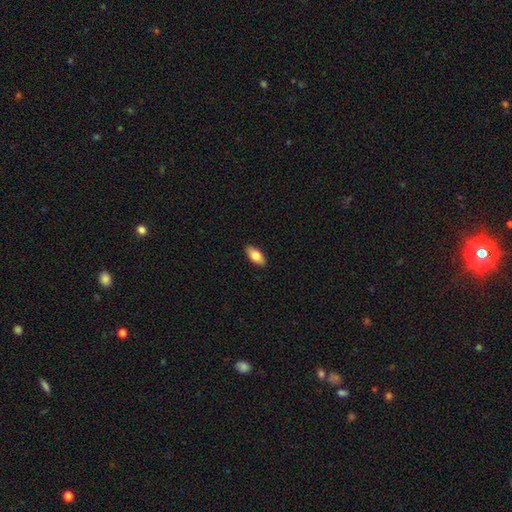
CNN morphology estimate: smooth-or-featured: smooth: 79% | featured or disk: 14% | star or artifact: 6%
  how-rounded: in between: 90% | cigar-shaped: 8% | round: 3%
  merging: none: 90% | minor disturbance: 8% | major disturbance: 2% | merger: 1%